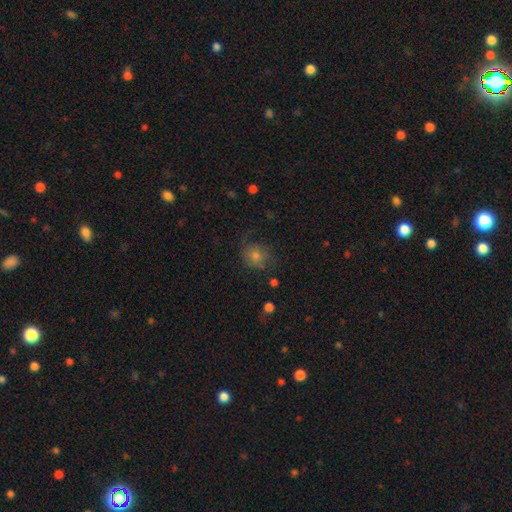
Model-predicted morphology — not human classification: Smooth or featured? Predicted: smooth (p=0.57). How rounded? Predicted: round (p=0.70). Merging? Predicted: none (p=0.59).